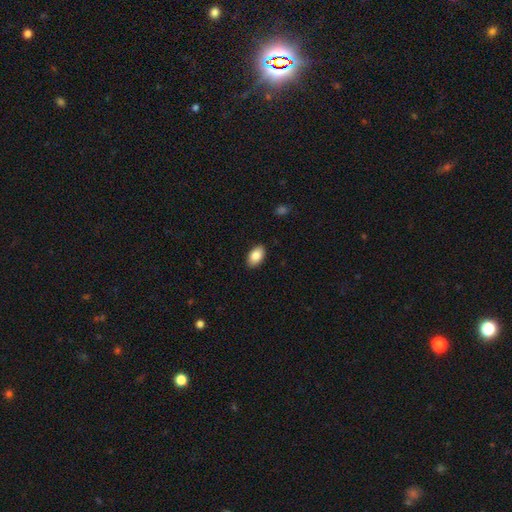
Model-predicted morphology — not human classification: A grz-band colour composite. It shows a smooth galaxy with no disk features (85%) that is in between round and cigar-shaped (92%). Merging: none (90%).